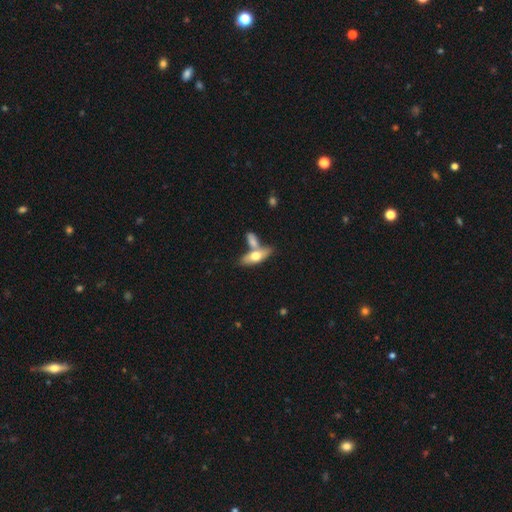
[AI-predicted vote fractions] Smooth or featured: smooth — 57% (featured or disk — 37%)
How rounded: in between — 61% (cigar-shaped — 36%)
Merging: none — 45% (merger — 40%)